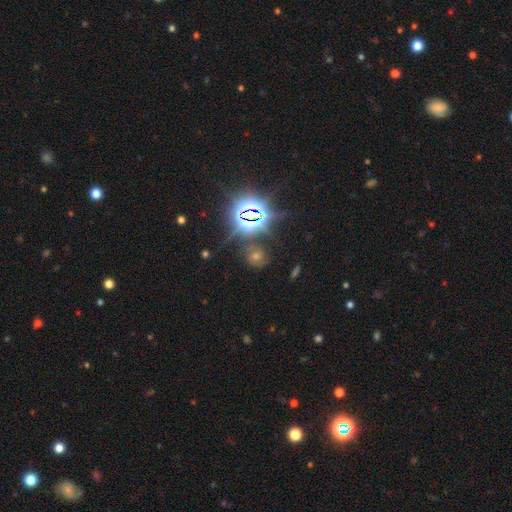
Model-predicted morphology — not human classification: Smooth or featured?
  - star or artifact: 72% *
  - smooth: 18%
  - featured or disk: 10%